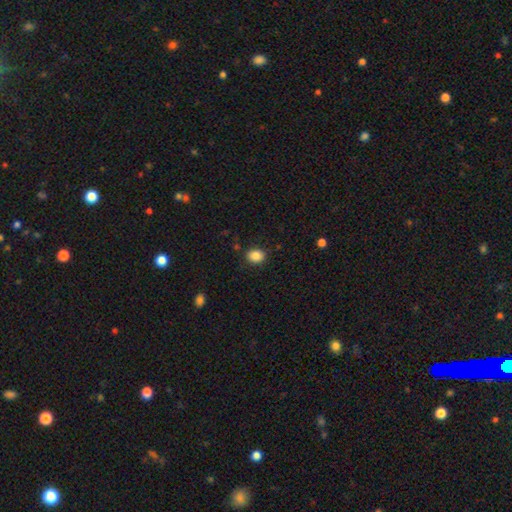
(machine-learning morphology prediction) Overall: smooth (87%). How rounded: round (50%, tied with in between). Merging: none (86%).